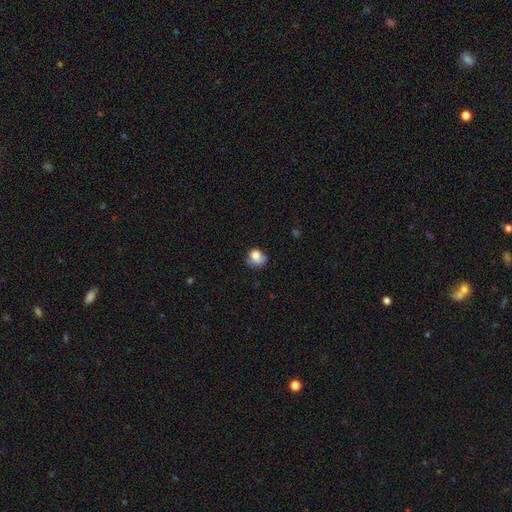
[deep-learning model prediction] Smooth or featured? Predicted: smooth (p=0.77). How rounded? Predicted: round (p=0.70). Merging? Predicted: none (p=0.48).